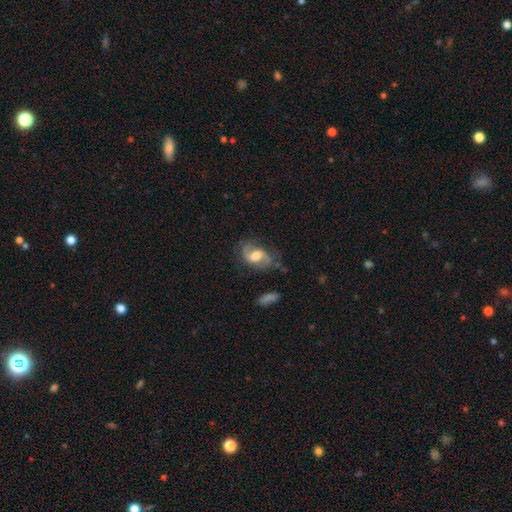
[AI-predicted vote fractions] Smooth or featured? featured or disk (77%)
Edge-on disk? no (97%)
Bar? weak (50%)
Spiral arms? yes (92%)
Spiral winding? medium (46%)
Spiral arm count? 2 (89%)
Bulge size? moderate (53%)
Merging? none (66%)